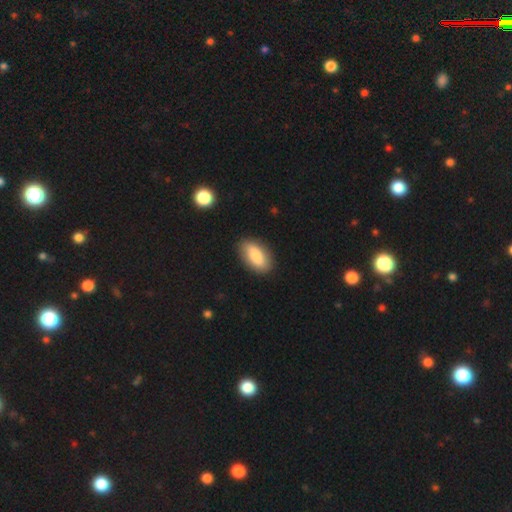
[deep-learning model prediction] Q: Smooth or featured?
A: smooth (81%); runner-up: featured or disk (13%)
Q: How rounded?
A: in between (91%); runner-up: cigar-shaped (5%)
Q: Merging?
A: none (87%); runner-up: minor disturbance (10%)